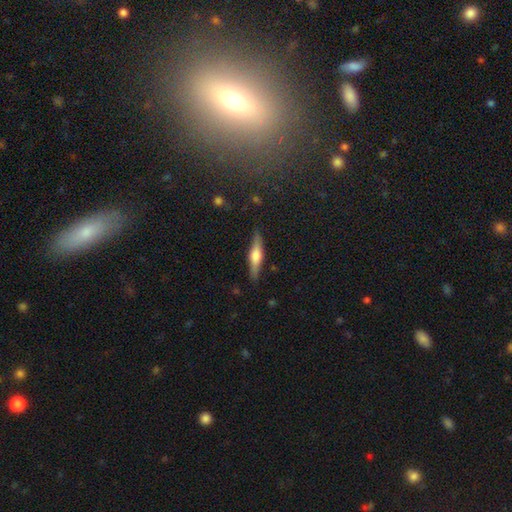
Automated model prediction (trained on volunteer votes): Smooth or featured?
  - featured or disk: 56% *
  - smooth: 38%
  - star or artifact: 6%
Edge-on disk?
  - yes: 95% *
  - no: 5%
Edge-on bulge?
  - rounded: 84% *
  - boxy: 12%
  - none: 4%
Merging?
  - none: 86% *
  - minor disturbance: 10%
  - major disturbance: 2%
  - merger: 1%